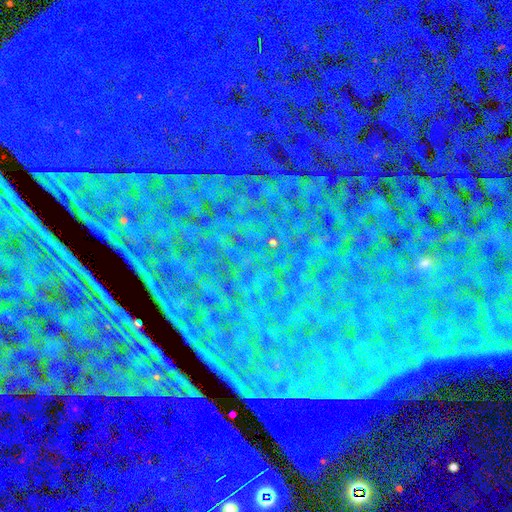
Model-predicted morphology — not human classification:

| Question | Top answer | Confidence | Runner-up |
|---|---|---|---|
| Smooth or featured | star or artifact | 85% | smooth (8%) |